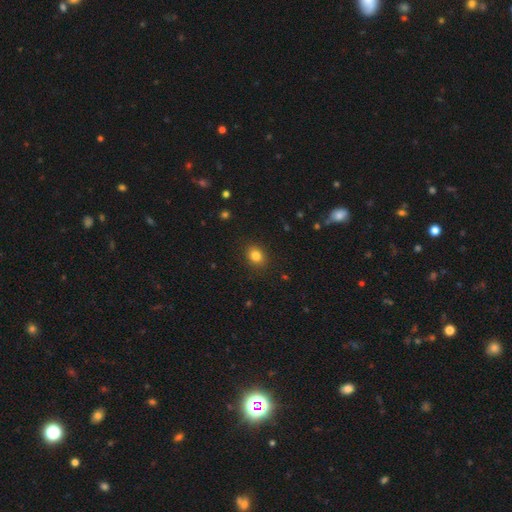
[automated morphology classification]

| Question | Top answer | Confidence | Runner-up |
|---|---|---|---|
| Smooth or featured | smooth | 83% | star or artifact (11%) |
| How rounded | round | 54% | in between (45%) |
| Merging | none | 88% | minor disturbance (8%) |